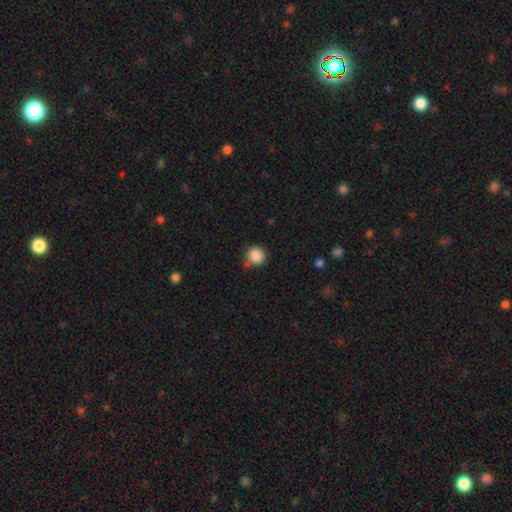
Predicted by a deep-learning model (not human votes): Overall: smooth (87%). How rounded: round (90%). Merging: none (69%).